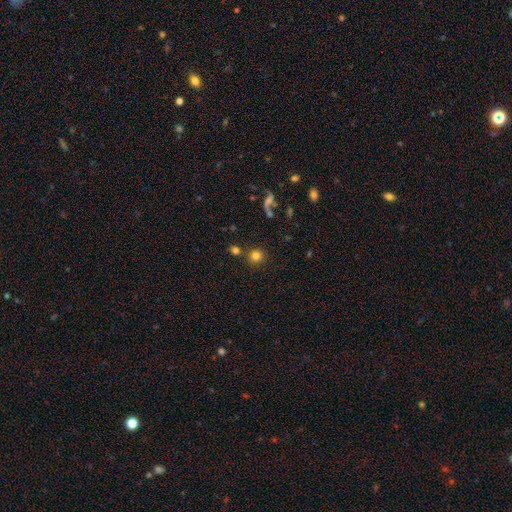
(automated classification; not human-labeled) A smooth galaxy with no disk features (78%) that is round (92%).

Vote fractions:
- Smooth or featured? smooth: 78% / star or artifact: 13% / featured or disk: 9%
- How rounded? round: 92% / in between: 7% / cigar-shaped: 1%
- Merging? none: 77% / merger: 11% / minor disturbance: 8% / major disturbance: 4%